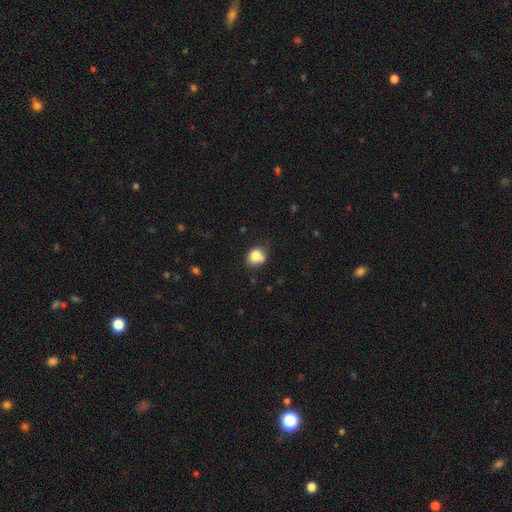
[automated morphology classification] smooth 79%, featured or disk 11%, star or artifact 10%. Down the decision tree: how rounded — round (62%); merging — none (58%).